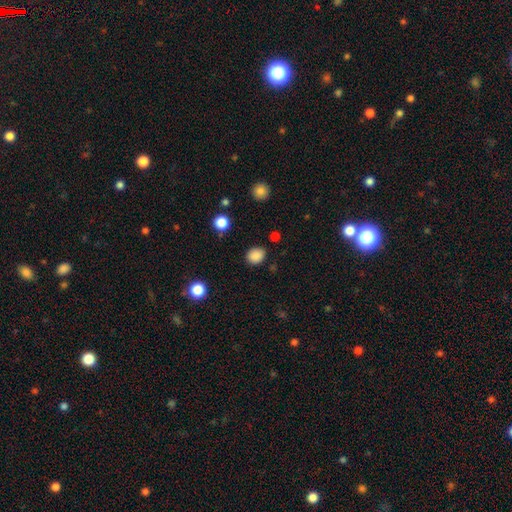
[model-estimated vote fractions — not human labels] A smooth galaxy with no disk features (86%) that is round (55%).

Vote fractions:
- Smooth or featured? smooth: 86% / star or artifact: 10% / featured or disk: 3%
- How rounded? round: 55% / in between: 44% / cigar-shaped: 1%
- Merging? none: 85% / minor disturbance: 10% / major disturbance: 3% / merger: 2%